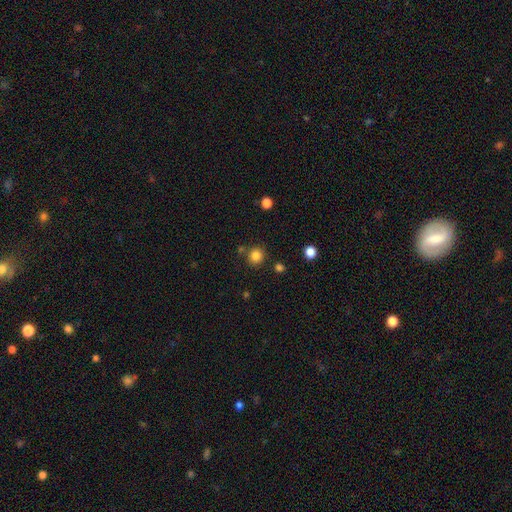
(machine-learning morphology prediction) A smooth galaxy with no disk features (83%) that is round (91%).

Vote fractions:
- Smooth or featured? smooth: 83% / star or artifact: 12% / featured or disk: 5%
- How rounded? round: 91% / in between: 8% / cigar-shaped: 1%
- Merging? none: 82% / minor disturbance: 8% / merger: 7% / major disturbance: 3%